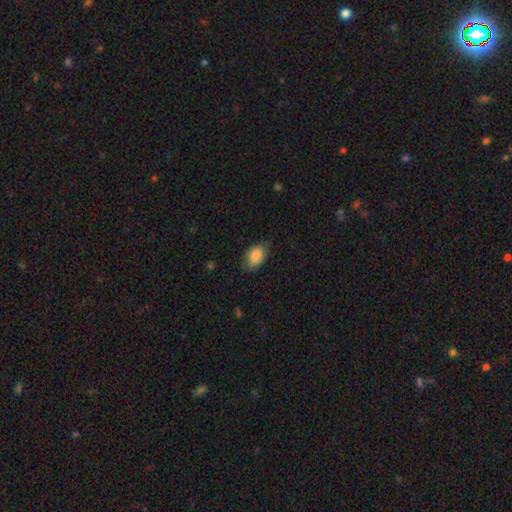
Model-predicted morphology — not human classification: Smooth or featured? smooth (85%)
How rounded? in between (89%)
Merging? none (76%)